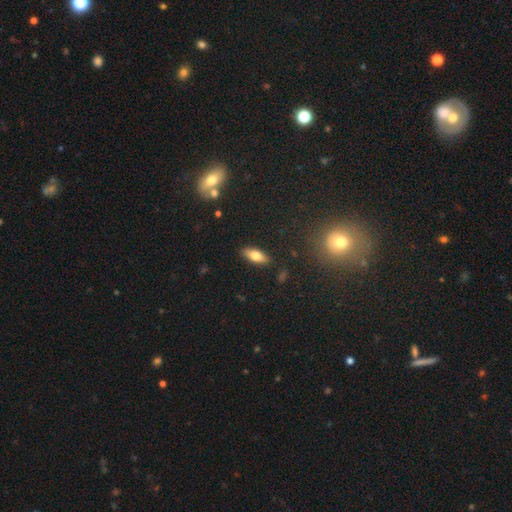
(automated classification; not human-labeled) The model was most divided on "smooth or featured": smooth: 67%, featured or disk: 25%, star or artifact: 8%. More confident: merging — none (88%); how rounded — in between (70%).